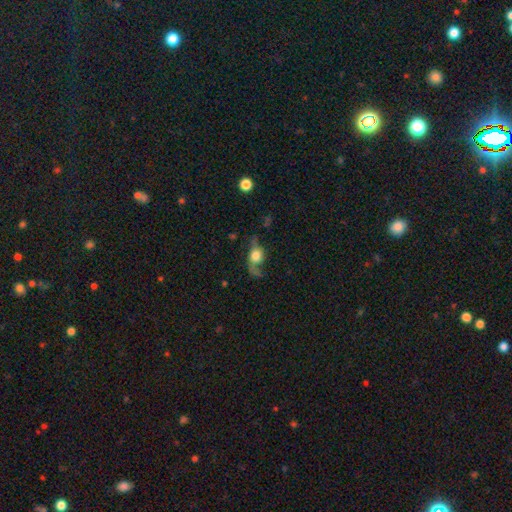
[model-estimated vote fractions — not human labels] Smooth or featured?
  - featured or disk: 46% *
  - smooth: 44%
  - star or artifact: 10%
Merging?
  - none: 43% *
  - major disturbance: 30%
  - minor disturbance: 22%
  - merger: 5%